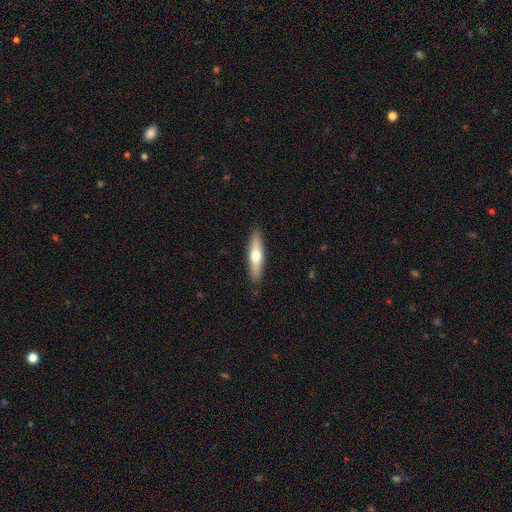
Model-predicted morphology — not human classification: A smooth galaxy with no disk features (51%) that is cigar-shaped (79%).

Vote fractions:
- Smooth or featured? smooth: 51% / featured or disk: 44% / star or artifact: 5%
- How rounded? cigar-shaped: 79% / in between: 19% / round: 2%
- Merging? none: 89% / minor disturbance: 8% / major disturbance: 2% / merger: 1%